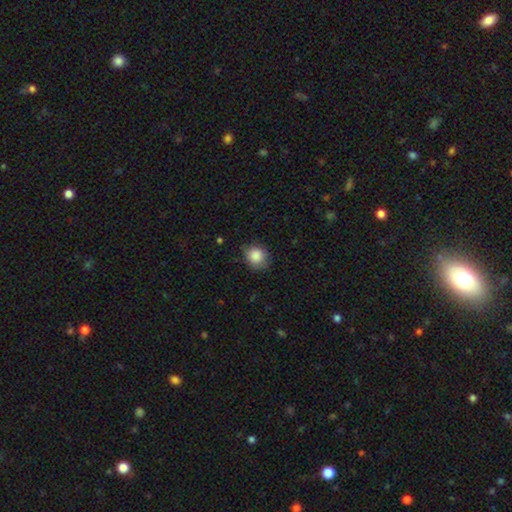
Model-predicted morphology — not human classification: Smooth or featured? Predicted: smooth (p=0.86). How rounded? Predicted: round (p=0.81). Merging? Predicted: none (p=0.73).